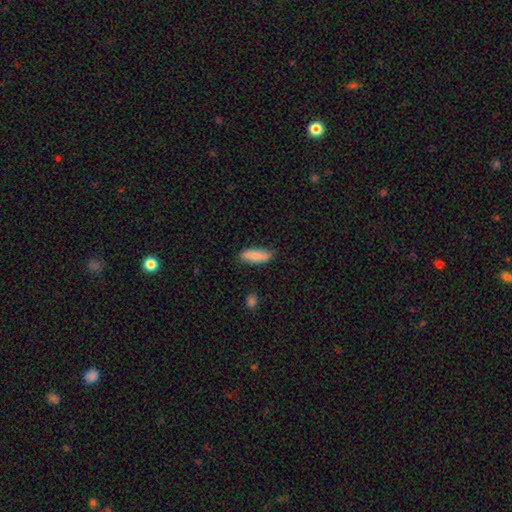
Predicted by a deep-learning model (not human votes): smooth-or-featured: smooth: 83% | featured or disk: 12% | star or artifact: 6%
  how-rounded: in between: 61% | cigar-shaped: 37% | round: 2%
  merging: none: 83% | minor disturbance: 13% | major disturbance: 2% | merger: 2%